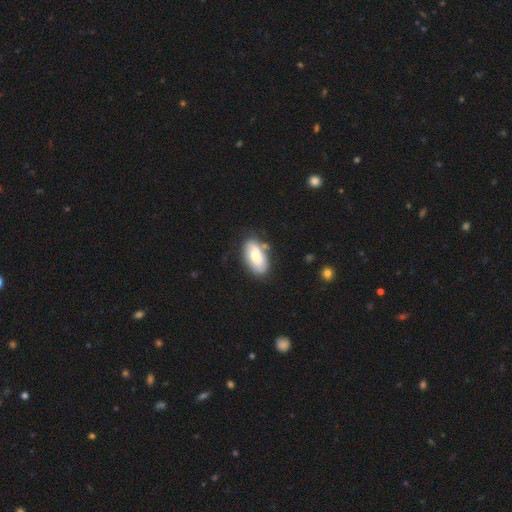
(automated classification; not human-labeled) A smooth galaxy with no disk features (61%) that is in between round and cigar-shaped (93%).

Vote fractions:
- Smooth or featured? smooth: 61% / featured or disk: 33% / star or artifact: 6%
- How rounded? in between: 93% / round: 4% / cigar-shaped: 3%
- Merging? none: 70% / minor disturbance: 20% / merger: 5% / major disturbance: 5%